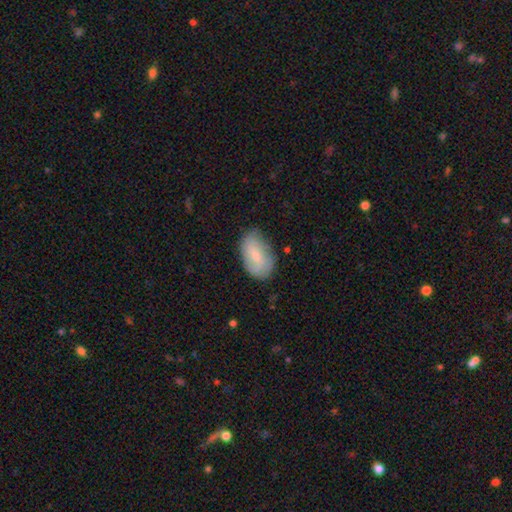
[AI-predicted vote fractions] Overall: smooth (61%; featured or disk 32%). How rounded: in between (92%). Merging: none (70%).